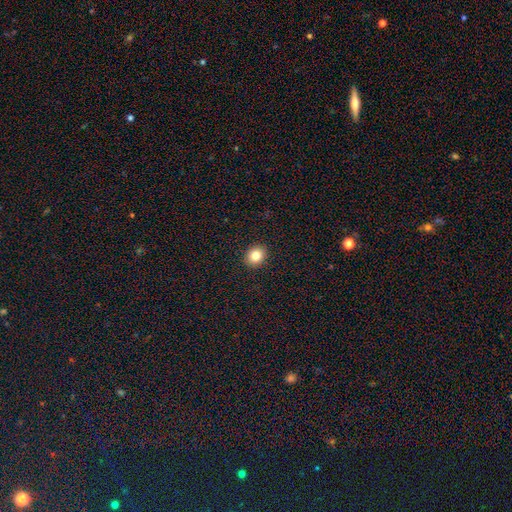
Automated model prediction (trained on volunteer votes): Overall: smooth (83%). How rounded: round (63%; in between 36%). Merging: none (92%).